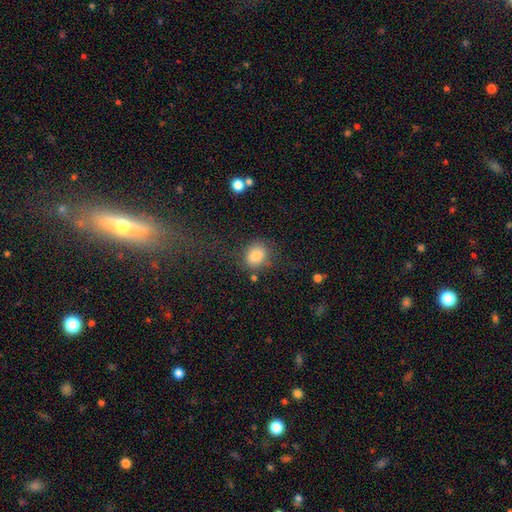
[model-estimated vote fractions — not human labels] The model was most divided on "how rounded": round: 60%, in between: 39%, cigar-shaped: 1%. More confident: smooth or featured — smooth (83%); merging — none (73%).